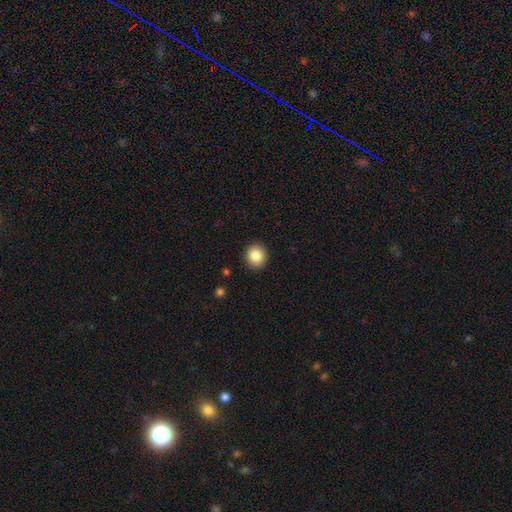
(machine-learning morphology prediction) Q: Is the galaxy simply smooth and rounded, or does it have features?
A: smooth — 85%.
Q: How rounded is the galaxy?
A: round — 91%.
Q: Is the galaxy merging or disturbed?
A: none — 92%.